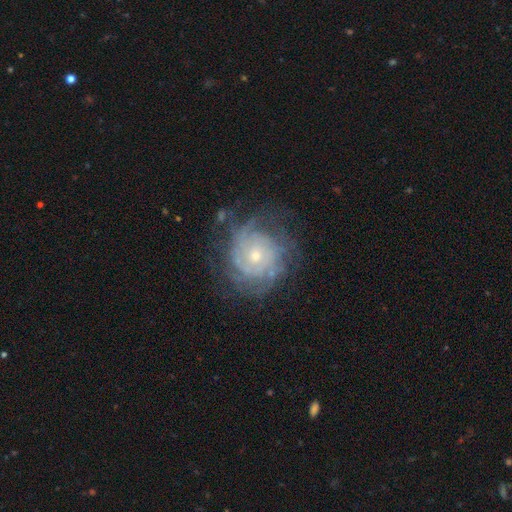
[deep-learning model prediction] A featured or disk galaxy (82%) with no bar (80%), tight (75%) spiral arms (93%) and a small central bulge (63%). Merging: none (69%).